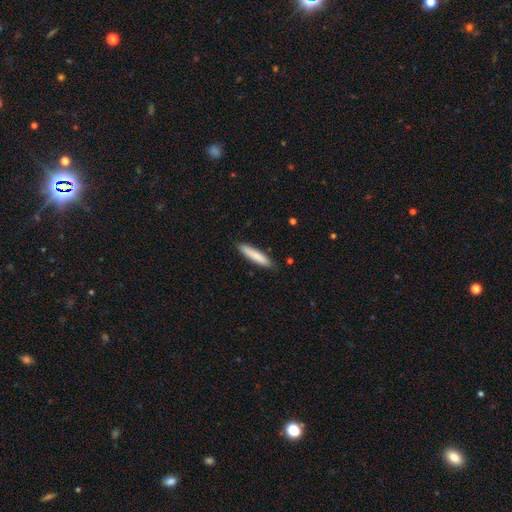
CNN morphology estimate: This appears to be a smooth galaxy with no disk features (83%) that is cigar-shaped (86%). Merging: none (87%).